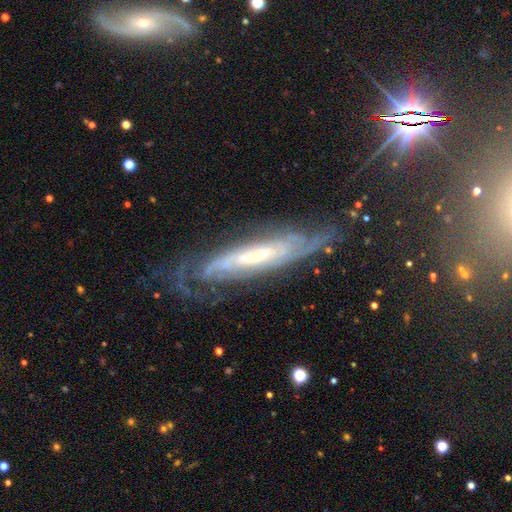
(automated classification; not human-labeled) featured or disk 84%, smooth 10%, star or artifact 6%. Down the decision tree: edge-on disk — no (68%); bar — no (40%); spiral arms — yes (95%); spiral arm count — can't tell (45%); spiral winding — tight (62%); bulge size — small (45%); merging — none (69%).